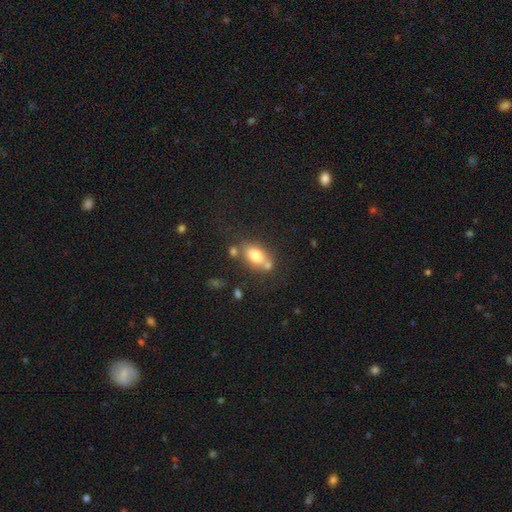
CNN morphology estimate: Q: Smooth or featured?
A: smooth (77%); runner-up: featured or disk (14%)
Q: How rounded?
A: in between (86%); runner-up: round (10%)
Q: Merging?
A: none (58%); runner-up: merger (22%)